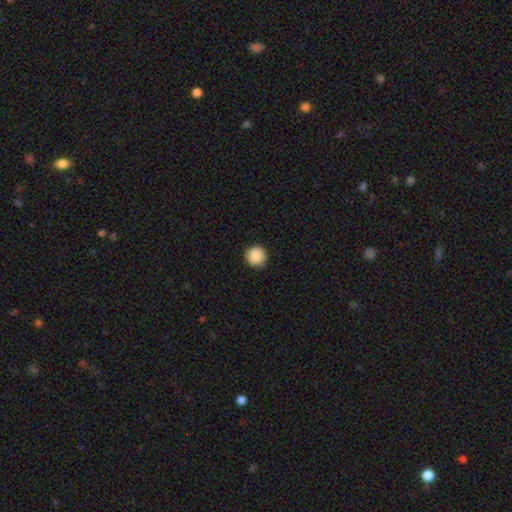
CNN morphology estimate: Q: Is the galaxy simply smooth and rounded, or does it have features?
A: smooth — 89%.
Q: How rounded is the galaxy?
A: round — 96%.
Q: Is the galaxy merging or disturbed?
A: none — 91%.